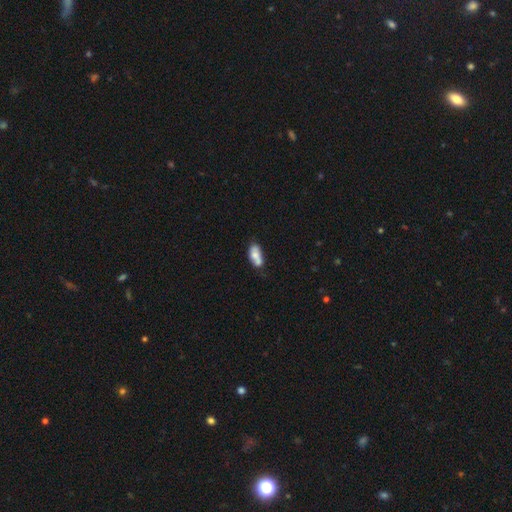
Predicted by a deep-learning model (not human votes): A smooth galaxy with no disk features (67%) that is in between round and cigar-shaped (87%). Merging: none (46%).